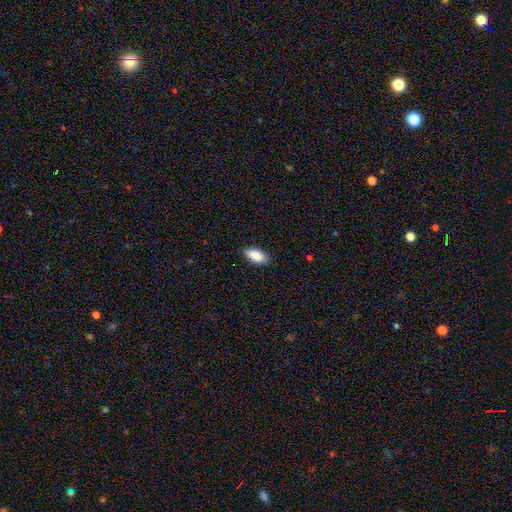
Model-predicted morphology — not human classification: Smooth or featured: smooth — 88% (star or artifact — 6%)
How rounded: in between — 92% (cigar-shaped — 6%)
Merging: none — 87% (minor disturbance — 10%)